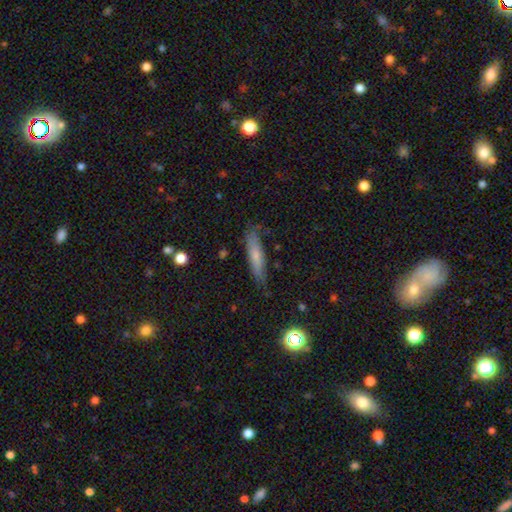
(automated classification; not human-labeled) This appears to be a smooth galaxy with no disk features (68%) that is cigar-shaped (80%). Merging: none (78%).